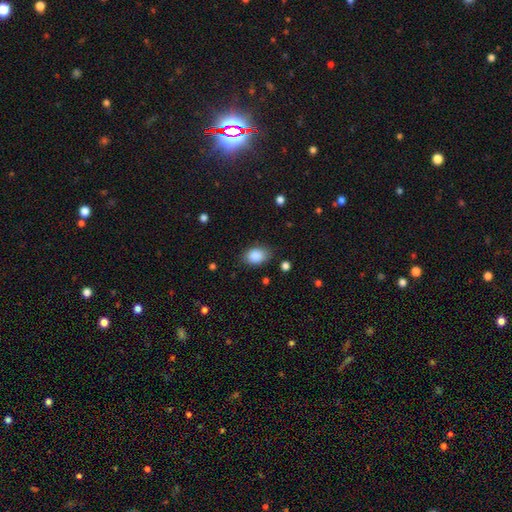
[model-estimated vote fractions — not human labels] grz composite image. It shows a smooth galaxy with no disk features (88%) that is in between round and cigar-shaped (83%). Merging: none (80%).